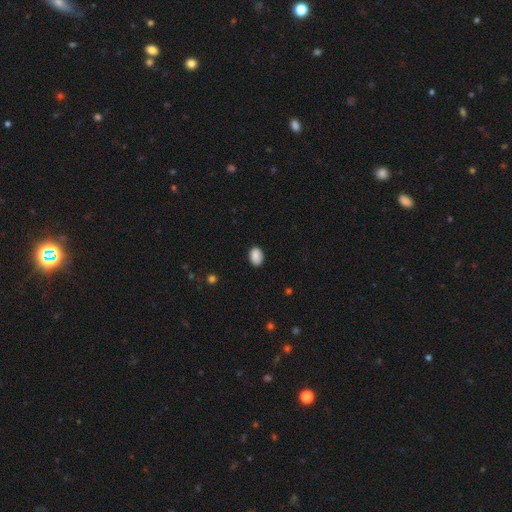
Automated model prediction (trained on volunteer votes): smooth-or-featured: smooth: 89% | star or artifact: 8% | featured or disk: 4%
  how-rounded: in between: 80% | round: 19% | cigar-shaped: 1%
  merging: none: 85% | minor disturbance: 12% | major disturbance: 2% | merger: 1%